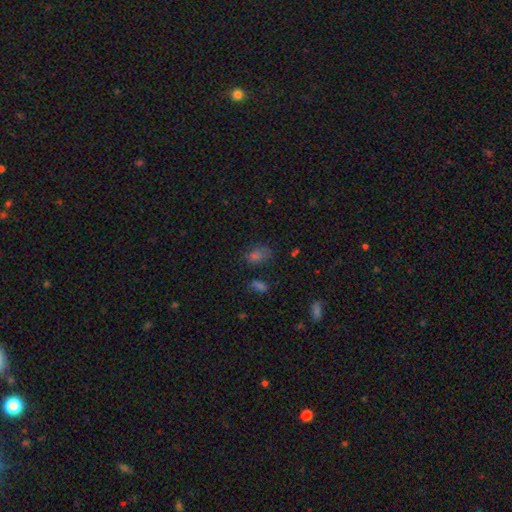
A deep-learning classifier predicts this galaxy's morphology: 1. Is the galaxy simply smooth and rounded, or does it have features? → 63% smooth, 27% star or artifact, 10% featured or disk.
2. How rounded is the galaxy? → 80% in between, 17% round, 3% cigar-shaped.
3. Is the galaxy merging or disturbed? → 62% none, 22% minor disturbance, 10% major disturbance, 6% merger.